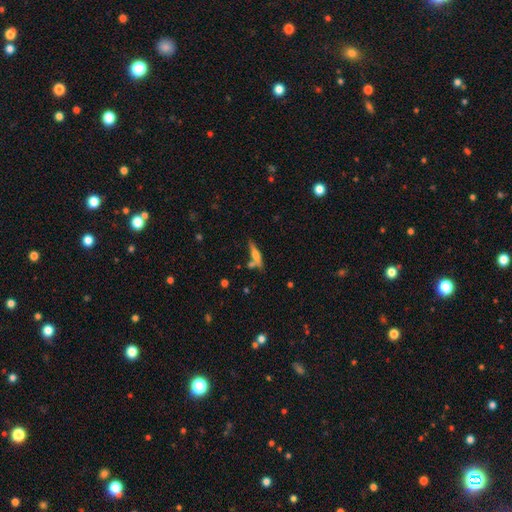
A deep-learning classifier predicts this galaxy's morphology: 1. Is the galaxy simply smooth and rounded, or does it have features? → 47% smooth, 45% featured or disk, 8% star or artifact.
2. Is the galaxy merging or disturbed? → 65% none, 17% merger, 14% minor disturbance, 4% major disturbance.